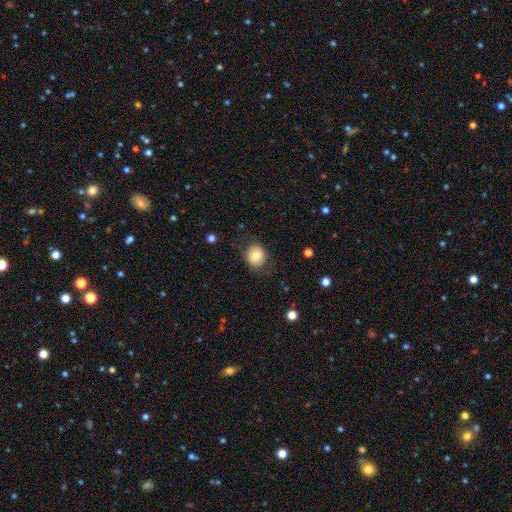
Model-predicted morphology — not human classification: smooth_or_featured: smooth (p=0.80) [alt: featured or disk p=0.11]
how_rounded: round (p=0.63) [alt: in between p=0.36]
merging: none (p=0.77) [alt: minor disturbance p=0.16]